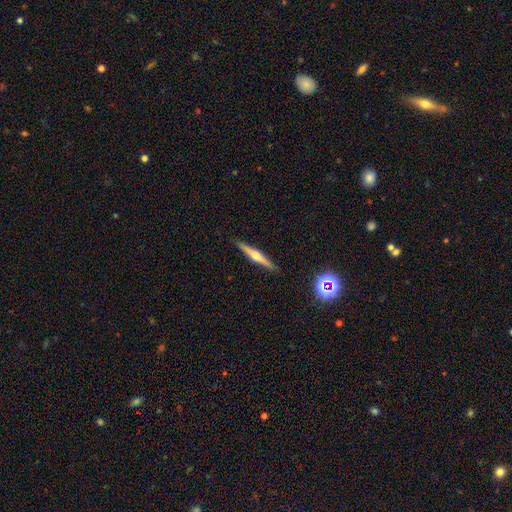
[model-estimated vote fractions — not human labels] This appears to be a featured or disk galaxy (73%) viewed edge-on (98%) with a rounded central bulge (89%). Merging: none (91%).